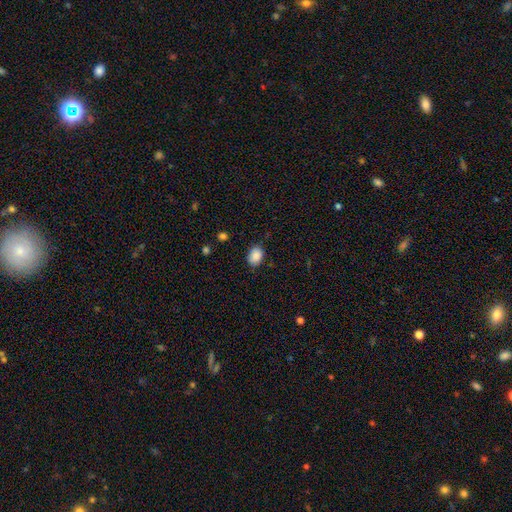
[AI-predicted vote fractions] This appears to be a smooth galaxy with no disk features (88%) that is in between round and cigar-shaped (76%). Merging: none (81%).